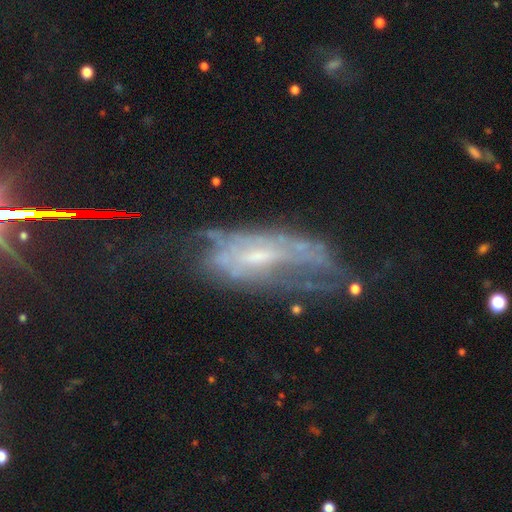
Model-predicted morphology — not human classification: This is likely a featured or disk galaxy (71%). It is clearly not viewed edge-on (84%). Bar: possibly no (47%). Spiral arm pattern: likely yes (61%). Central bulge: possibly small (46%). Merging: marginally none (43%).